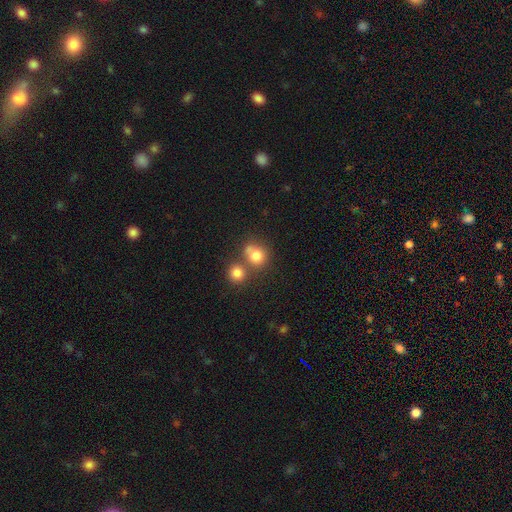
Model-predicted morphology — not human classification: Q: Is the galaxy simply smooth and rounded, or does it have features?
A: smooth — 78%.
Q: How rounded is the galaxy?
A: round — 80%.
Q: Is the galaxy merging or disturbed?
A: none — 46%.